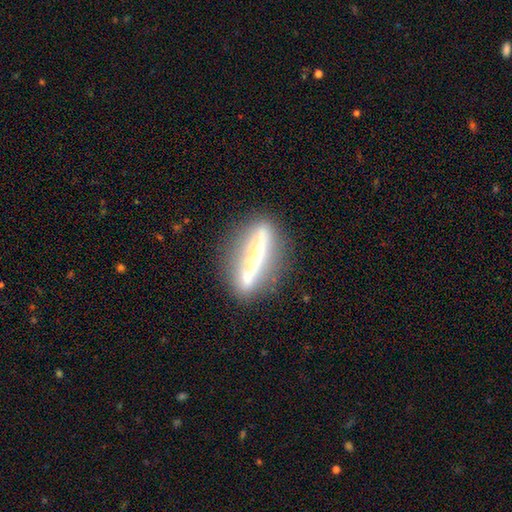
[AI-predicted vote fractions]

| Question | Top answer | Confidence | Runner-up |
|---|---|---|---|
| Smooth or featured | featured or disk | 63% | smooth (28%) |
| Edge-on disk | yes | 76% | no (24%) |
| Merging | none | 78% | minor disturbance (13%) |